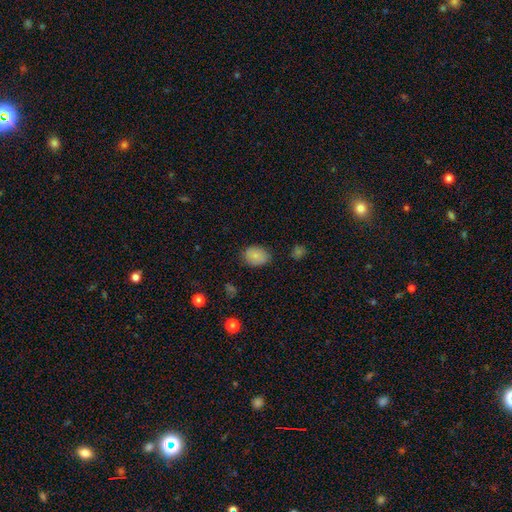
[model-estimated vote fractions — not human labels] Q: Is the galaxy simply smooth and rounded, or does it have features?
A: smooth — 83%.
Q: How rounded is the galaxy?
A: in between — 76%.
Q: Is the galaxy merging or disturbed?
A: none — 80%.